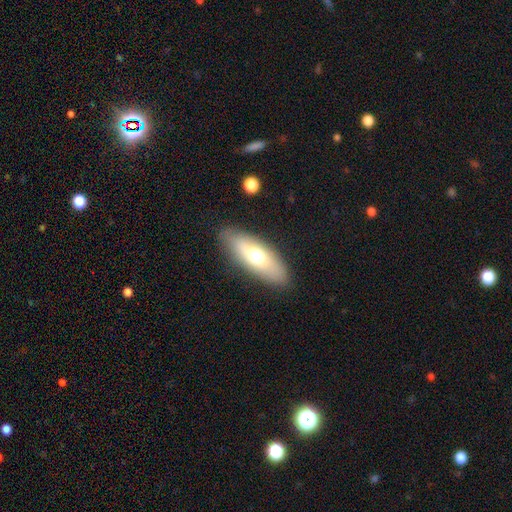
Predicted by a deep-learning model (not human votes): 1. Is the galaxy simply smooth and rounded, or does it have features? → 65% smooth, 29% featured or disk, 7% star or artifact.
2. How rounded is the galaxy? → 68% in between, 30% cigar-shaped, 2% round.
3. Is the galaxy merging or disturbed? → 86% none, 10% minor disturbance, 3% major disturbance, 1% merger.